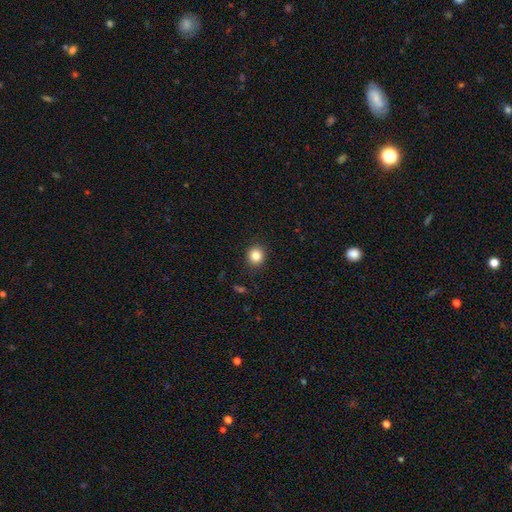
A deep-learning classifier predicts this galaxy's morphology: This is clearly a smooth galaxy (85%). How rounded: clearly round (89%). Merging: clearly none (91%).